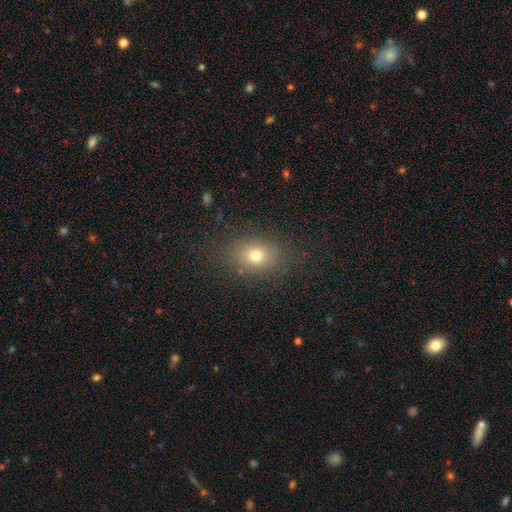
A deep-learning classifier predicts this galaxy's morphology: Smooth or featured?
  - smooth: 75% *
  - star or artifact: 14%
  - featured or disk: 11%
How rounded?
  - in between: 59% *
  - round: 39%
  - cigar-shaped: 1%
Merging?
  - none: 81% *
  - minor disturbance: 12%
  - major disturbance: 5%
  - merger: 1%